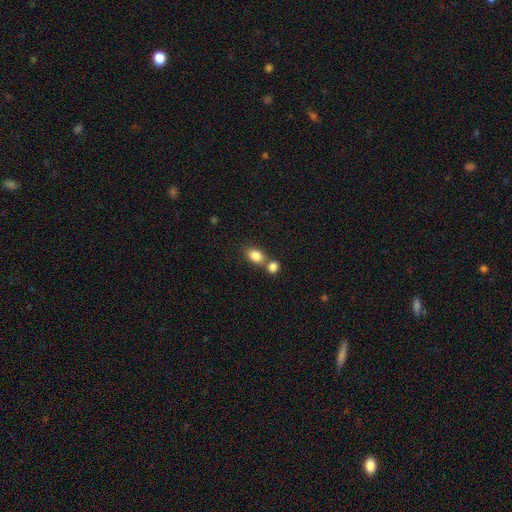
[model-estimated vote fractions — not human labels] A smooth galaxy with no disk features (85%) that is in between round and cigar-shaped (71%). Merging: none (49%).